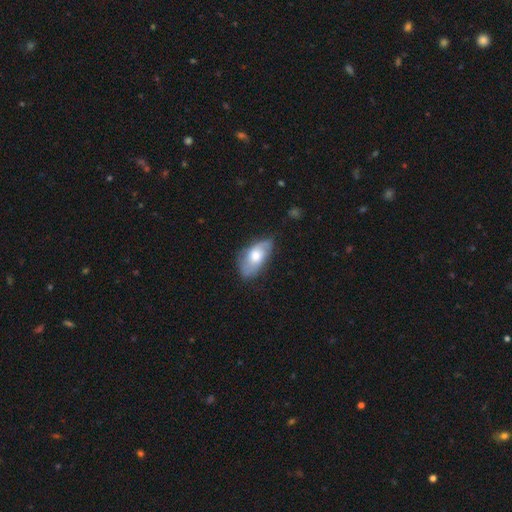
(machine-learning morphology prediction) A smooth galaxy with no disk features (54%) that is in between round and cigar-shaped (91%). Merging: none (64%).